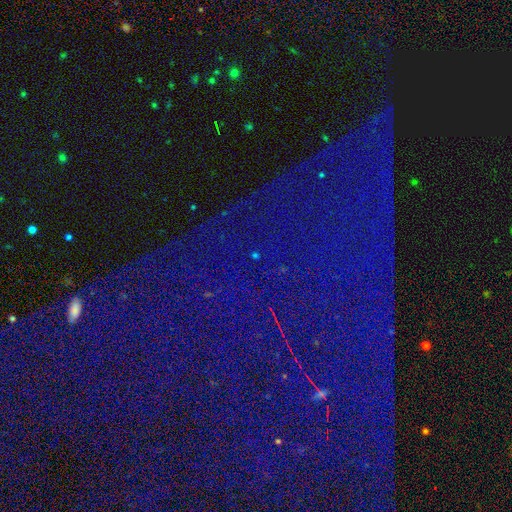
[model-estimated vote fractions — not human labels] Overall: star or artifact (82%).